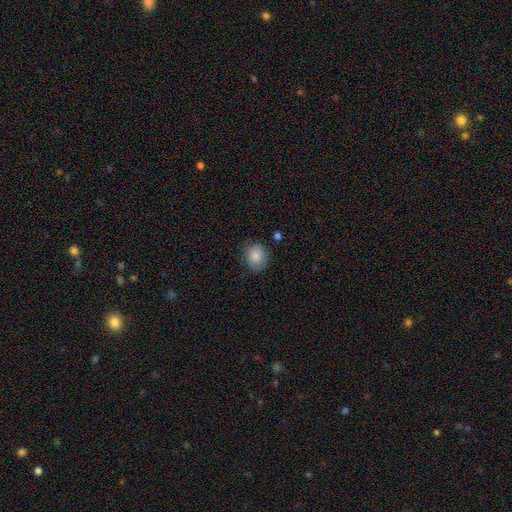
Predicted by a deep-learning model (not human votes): The model was most divided on "how rounded": round: 75%, in between: 24%, cigar-shaped: 1%. More confident: smooth or featured — smooth (85%); merging — none (80%).